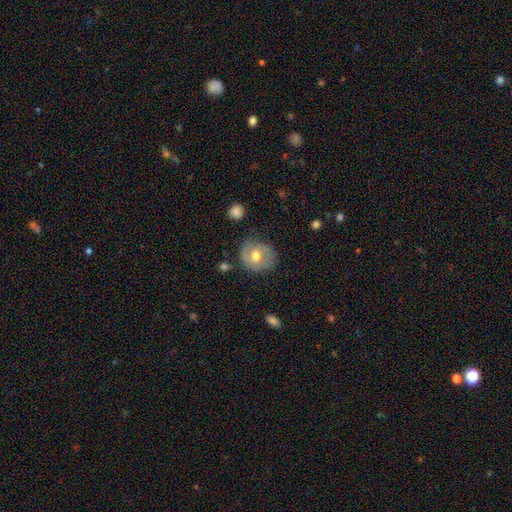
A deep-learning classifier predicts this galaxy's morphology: smooth-or-featured: featured or disk: 47% | smooth: 46% | star or artifact: 7%
  merging: none: 71% | minor disturbance: 20% | major disturbance: 7% | merger: 2%